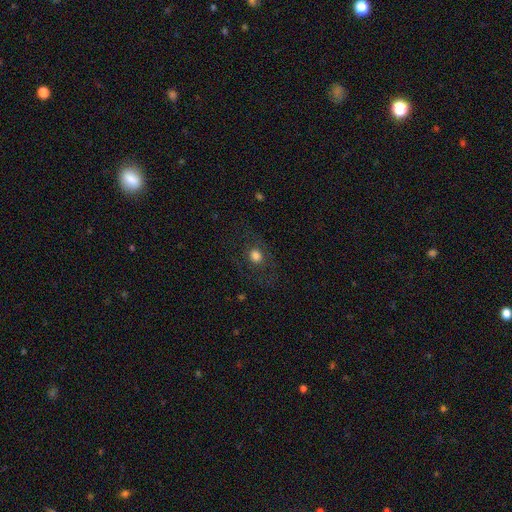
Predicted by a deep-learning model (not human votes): This is likely a smooth galaxy (68%). How rounded: likely round (65%). Merging: likely none (76%).